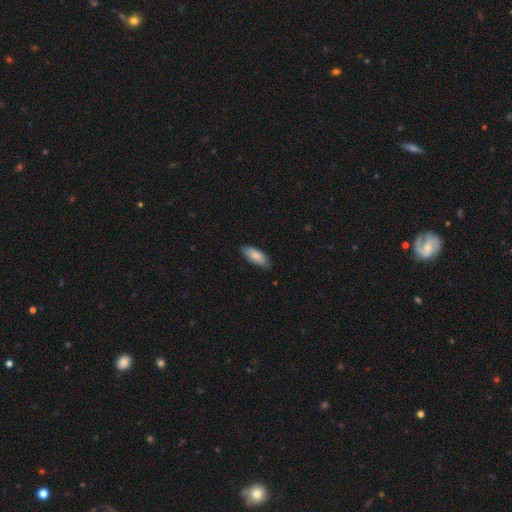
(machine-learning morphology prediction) smooth-or-featured: smooth: 83% | featured or disk: 11% | star or artifact: 6%
  how-rounded: in between: 76% | cigar-shaped: 22% | round: 2%
  merging: none: 84% | minor disturbance: 13% | major disturbance: 2% | merger: 1%